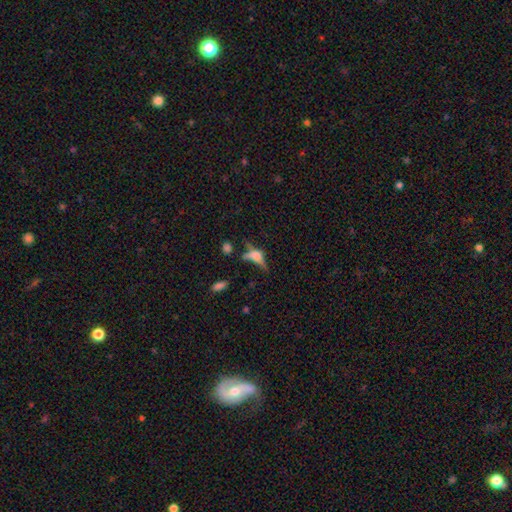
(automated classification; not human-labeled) This is possibly a featured or disk galaxy (45%). Merging: possibly none (46%).